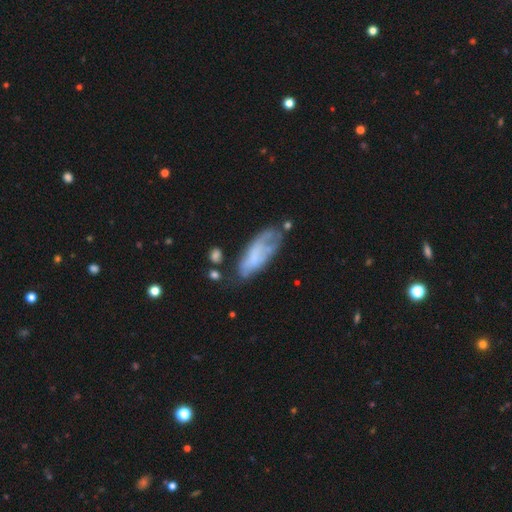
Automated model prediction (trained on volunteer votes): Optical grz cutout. It shows a smooth galaxy with no disk features (49%). Merging: none (42%).